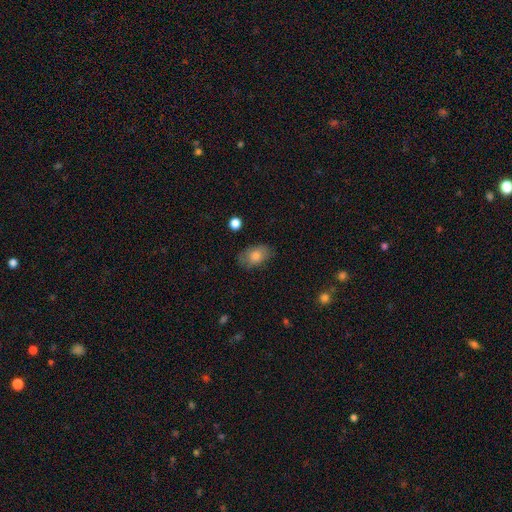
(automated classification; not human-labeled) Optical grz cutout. It shows a smooth galaxy with no disk features (76%) that is in between round and cigar-shaped (87%). Merging: none (79%).